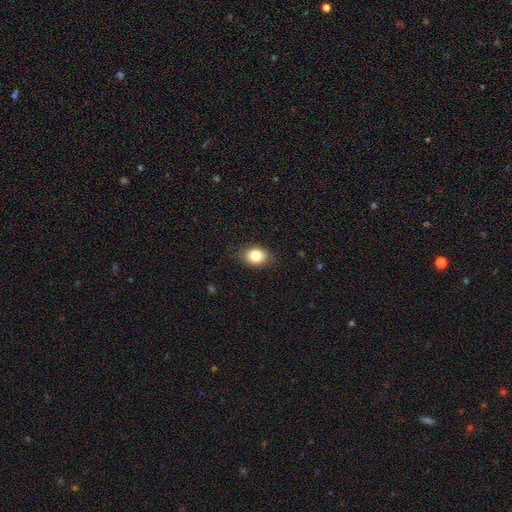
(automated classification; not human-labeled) Morphology: type=smooth (83%); roundness=in between (71%); merging=none (86%).